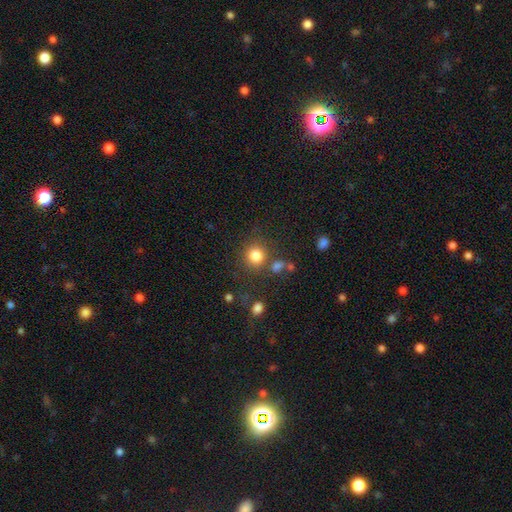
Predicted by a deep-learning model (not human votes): Overall: smooth (82%). How rounded: round (89%). Merging: none (77%).